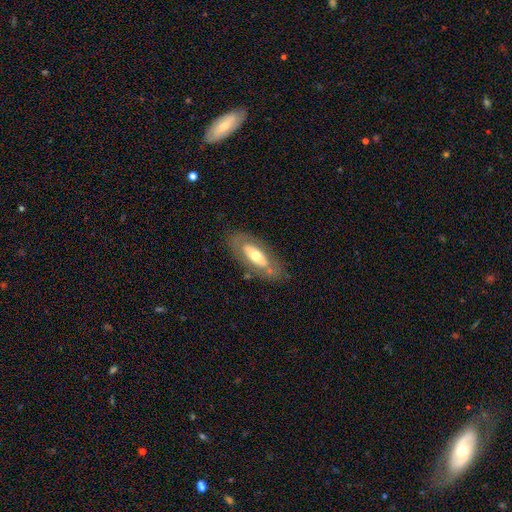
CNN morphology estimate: A featured or disk galaxy (51%). Merging: none (73%).